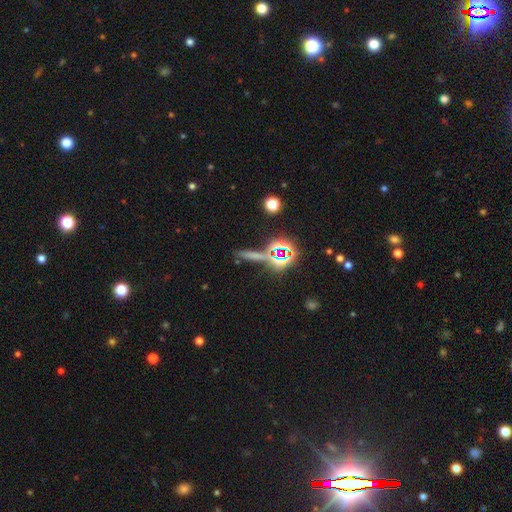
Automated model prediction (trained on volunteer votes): smooth 43%, star or artifact 40%, featured or disk 17%. Down the decision tree: merging — none (71%).